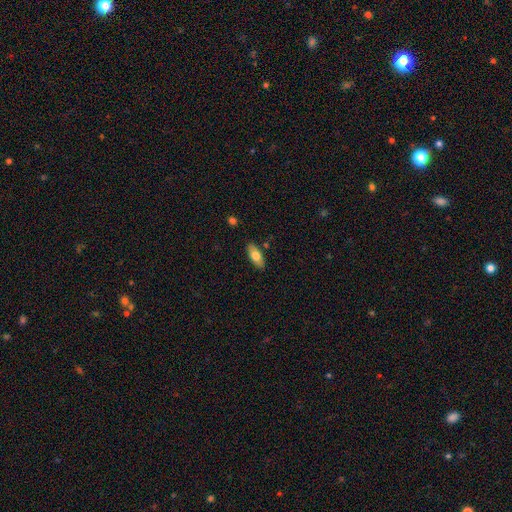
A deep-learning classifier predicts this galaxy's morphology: smooth 72%, featured or disk 21%, star or artifact 6%. Down the decision tree: how rounded — in between (82%); merging — none (86%).